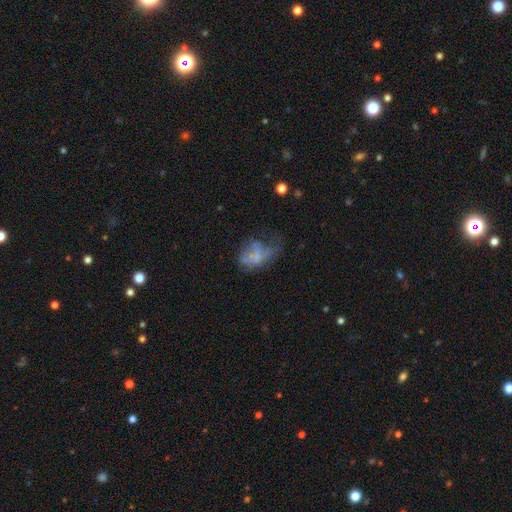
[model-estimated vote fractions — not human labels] Smooth or featured: smooth — 43% (featured or disk — 42%)
Merging: major disturbance — 46% (none — 24%)